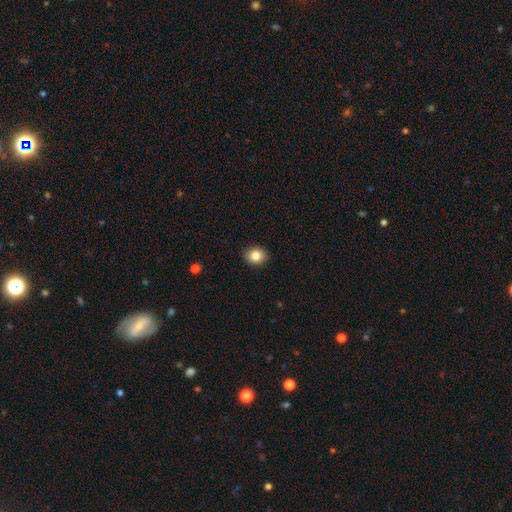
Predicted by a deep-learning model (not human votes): smooth_or_featured: smooth (p=0.84) [alt: star or artifact p=0.09]
how_rounded: round (p=0.62) [alt: in between p=0.38]
merging: none (p=0.91) [alt: minor disturbance p=0.07]